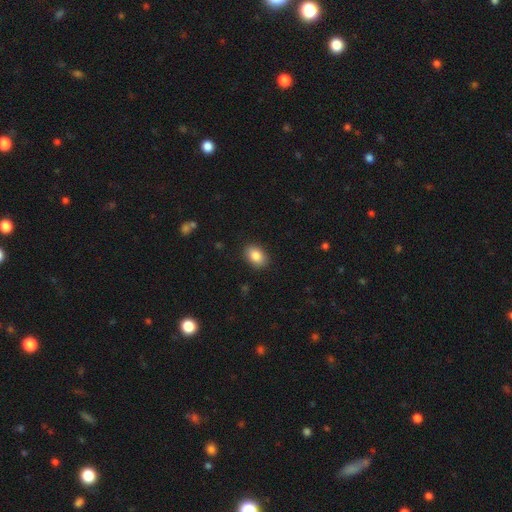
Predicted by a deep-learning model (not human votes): smooth_or_featured: smooth (p=0.86) [alt: star or artifact p=0.08]
how_rounded: in between (p=0.84) [alt: round p=0.15]
merging: none (p=0.89) [alt: minor disturbance p=0.08]